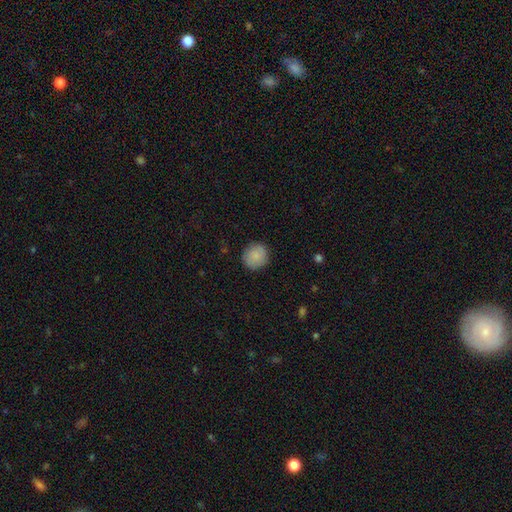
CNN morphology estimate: smooth 86%, featured or disk 7%, star or artifact 7%. Down the decision tree: how rounded — round (87%); merging — none (88%).